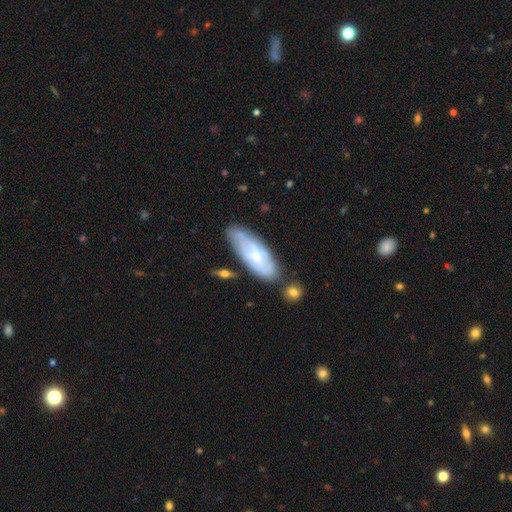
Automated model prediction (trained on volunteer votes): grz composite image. It shows a smooth galaxy with no disk features (49%). Merging: none (64%).